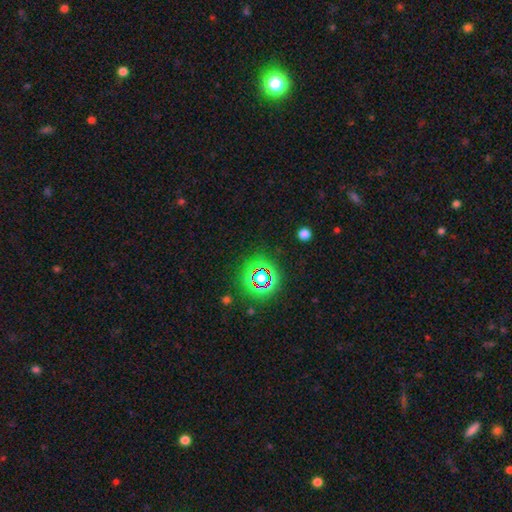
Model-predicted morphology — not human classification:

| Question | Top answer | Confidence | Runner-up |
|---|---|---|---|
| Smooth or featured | star or artifact | 57% | smooth (31%) |